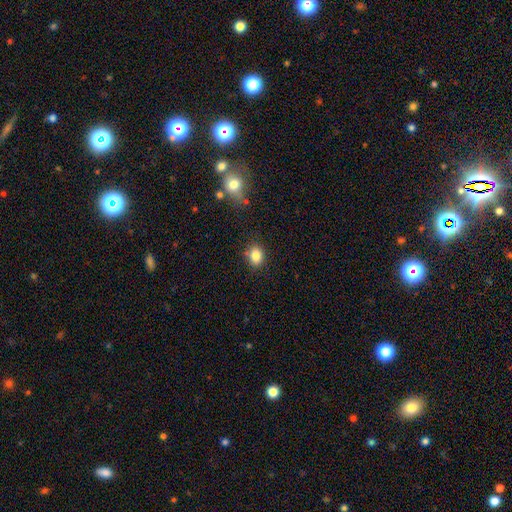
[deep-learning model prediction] The model was most divided on "how rounded": in between: 52%, round: 46%, cigar-shaped: 1%. More confident: smooth or featured — smooth (84%); merging — none (81%).